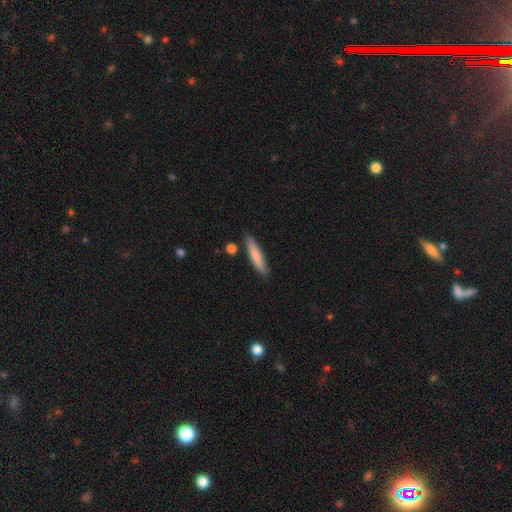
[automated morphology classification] Smooth or featured? Predicted: smooth (p=0.77). How rounded? Predicted: cigar-shaped (p=0.90). Merging? Predicted: none (p=0.85).